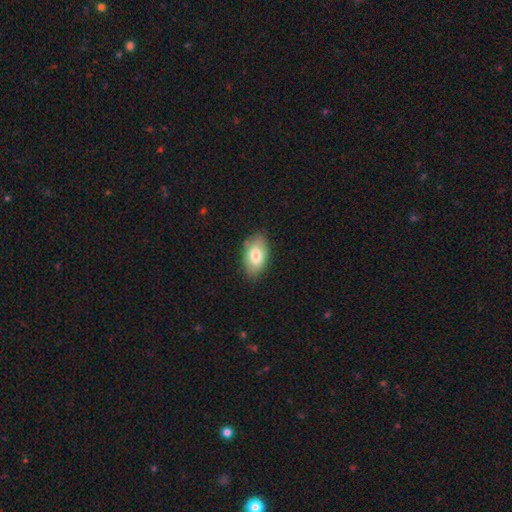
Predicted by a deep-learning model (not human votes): smooth-or-featured: smooth: 78% | featured or disk: 15% | star or artifact: 7%
  how-rounded: in between: 93% | round: 5% | cigar-shaped: 2%
  merging: none: 82% | minor disturbance: 14% | major disturbance: 3% | merger: 1%